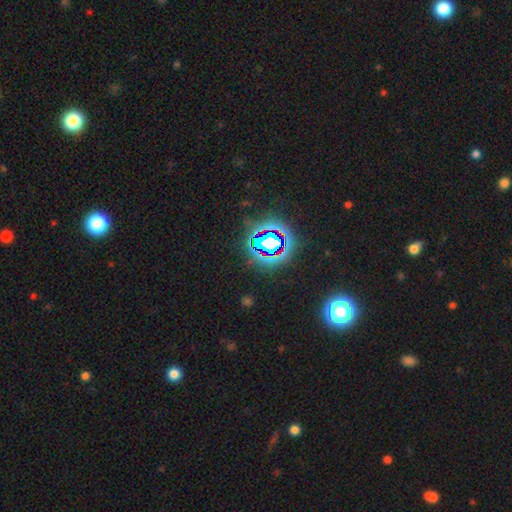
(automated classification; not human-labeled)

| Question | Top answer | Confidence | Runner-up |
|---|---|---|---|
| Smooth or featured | star or artifact | 81% | smooth (12%) |